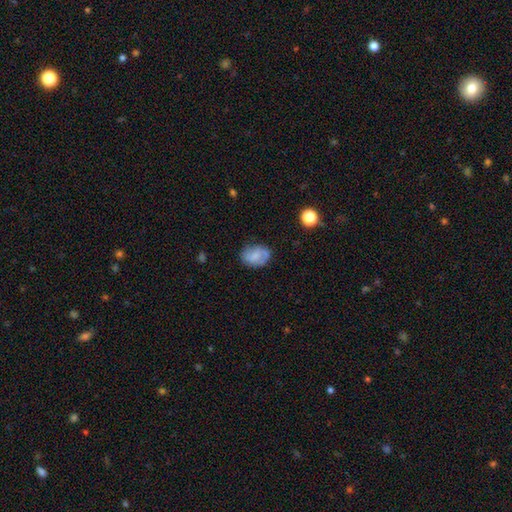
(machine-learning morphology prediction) A smooth galaxy with no disk features (53%) that is in between round and cigar-shaped (67%).

Vote fractions:
- Smooth or featured? smooth: 53% / featured or disk: 38% / star or artifact: 9%
- How rounded? in between: 67% / round: 31% / cigar-shaped: 1%
- Merging? none: 66% / minor disturbance: 23% / major disturbance: 8% / merger: 3%